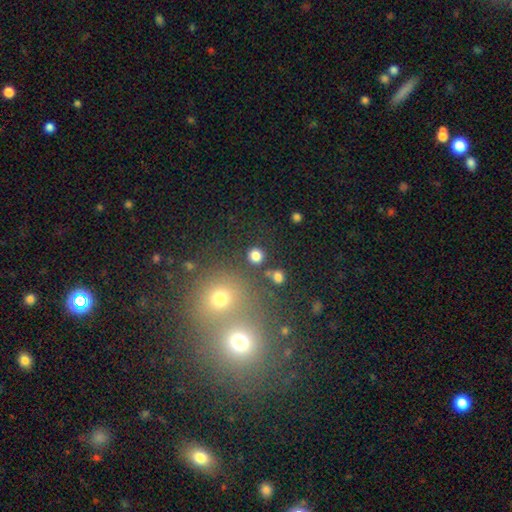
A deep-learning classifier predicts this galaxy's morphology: A smooth galaxy with no disk features (81%) that is round (90%). Merging: none (86%).